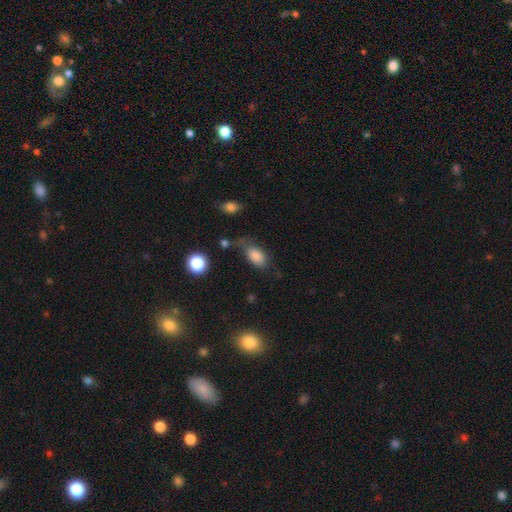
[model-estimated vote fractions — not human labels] The model was most divided on "merging": none: 53%, minor disturbance: 26%, major disturbance: 13%, merger: 8%. More confident: how rounded — in between (89%); smooth or featured — smooth (83%).